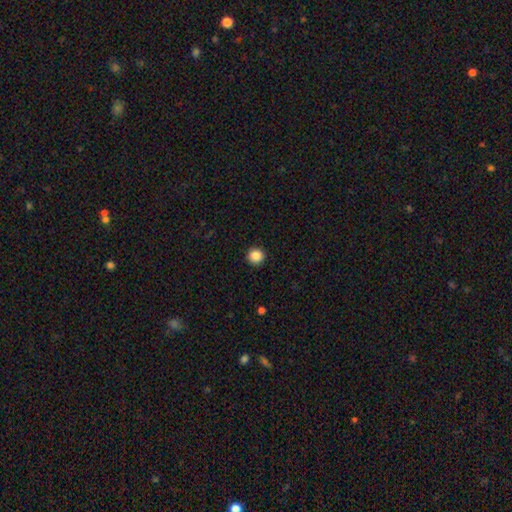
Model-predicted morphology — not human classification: smooth_or_featured: smooth (p=0.87) [alt: star or artifact p=0.10]
how_rounded: round (p=0.94) [alt: in between p=0.05]
merging: none (p=0.93) [alt: minor disturbance p=0.05]